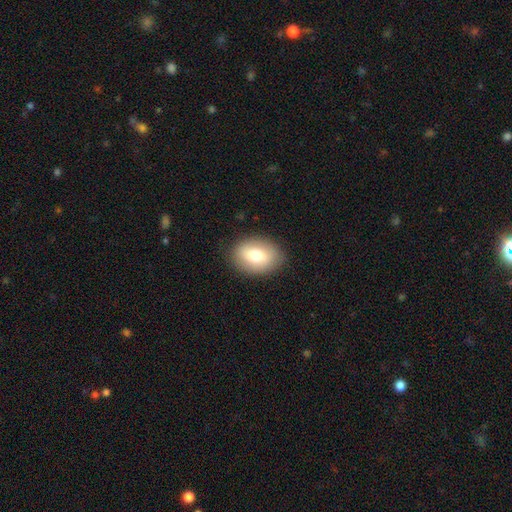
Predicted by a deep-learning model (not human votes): The model was most divided on "how rounded": in between: 73%, round: 26%, cigar-shaped: 1%. More confident: merging — none (86%); smooth or featured — smooth (74%).